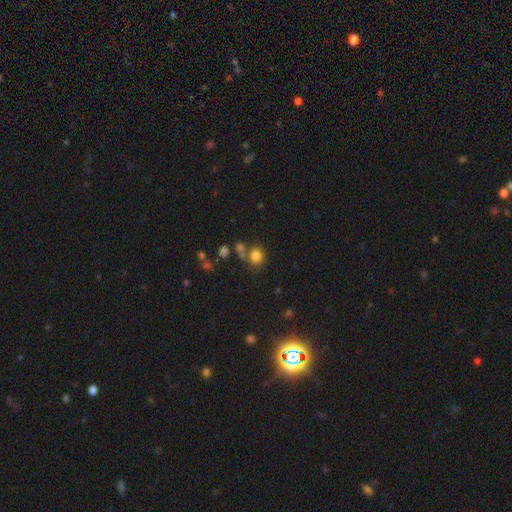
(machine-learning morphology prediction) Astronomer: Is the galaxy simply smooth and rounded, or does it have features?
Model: smooth — 81%.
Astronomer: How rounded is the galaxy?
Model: round — 78%.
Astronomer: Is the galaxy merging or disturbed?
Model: none — 68%.